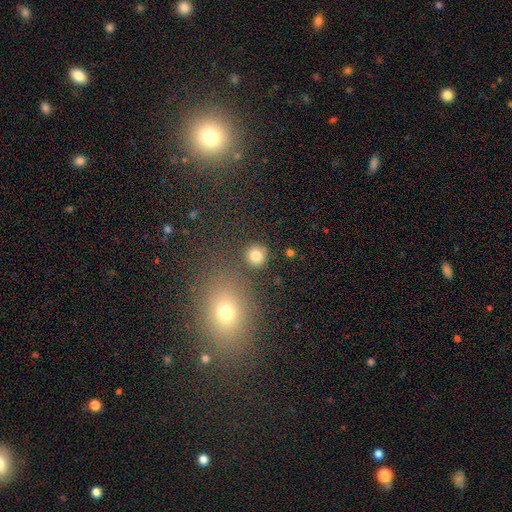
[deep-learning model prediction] A smooth galaxy with no disk features (81%) that is round (91%). Merging: none (85%).